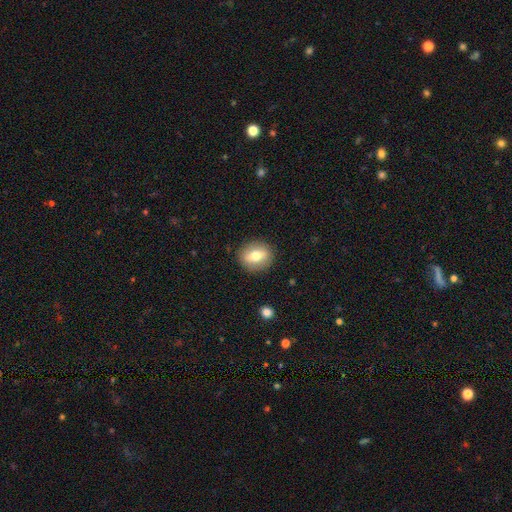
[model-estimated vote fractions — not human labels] Smooth or featured? smooth (67%)
How rounded? round (69%)
Merging? none (88%)